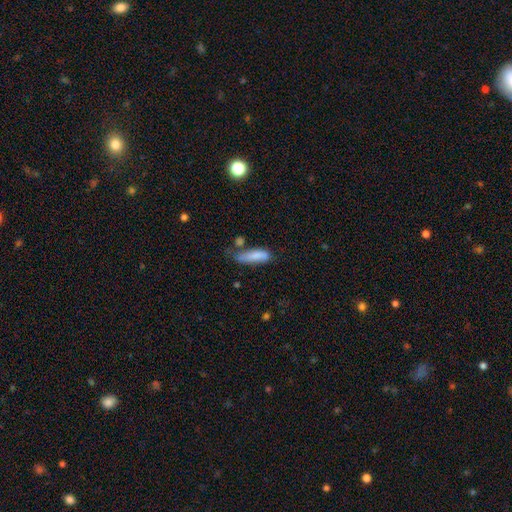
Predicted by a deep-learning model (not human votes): The model was most divided on "how rounded": cigar-shaped: 52%, in between: 46%, round: 2%. Remaining: smooth or featured — smooth (80%); merging — none (43%).